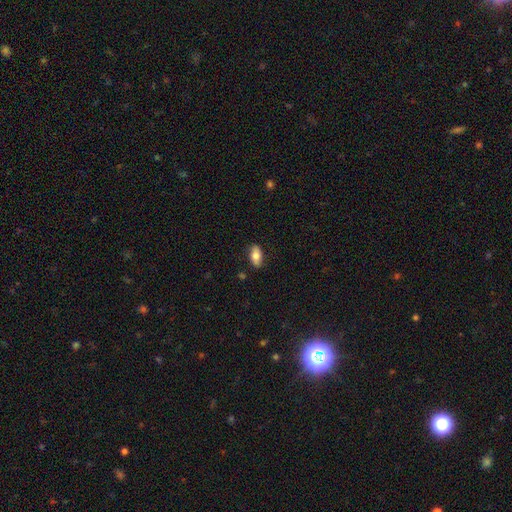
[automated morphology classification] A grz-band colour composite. It shows a smooth galaxy with no disk features (78%) that is in between round and cigar-shaped (88%). Merging: none (85%).